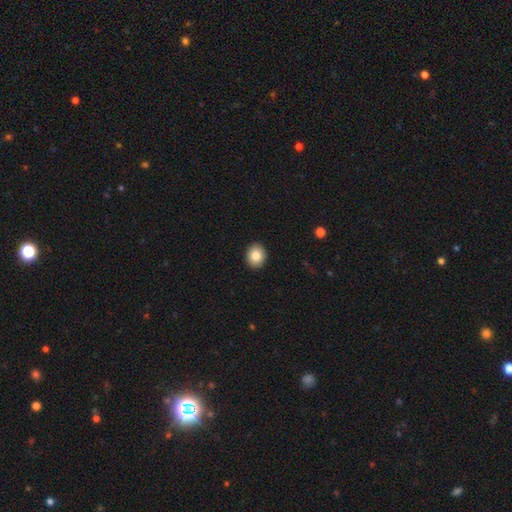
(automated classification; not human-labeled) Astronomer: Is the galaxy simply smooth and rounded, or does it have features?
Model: smooth — 83%.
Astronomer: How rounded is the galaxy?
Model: round — 60% (runner-up: in between, 39%).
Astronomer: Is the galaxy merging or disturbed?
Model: none — 92%.